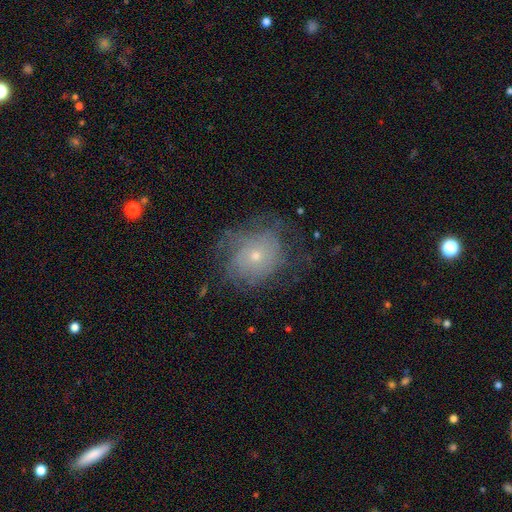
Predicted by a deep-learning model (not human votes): Smooth or featured? featured or disk (58%)
Edge-on disk? no (96%)
Bar? no (86%)
Spiral arms? yes (70%)
Bulge size? small (69%)
Merging? none (58%)